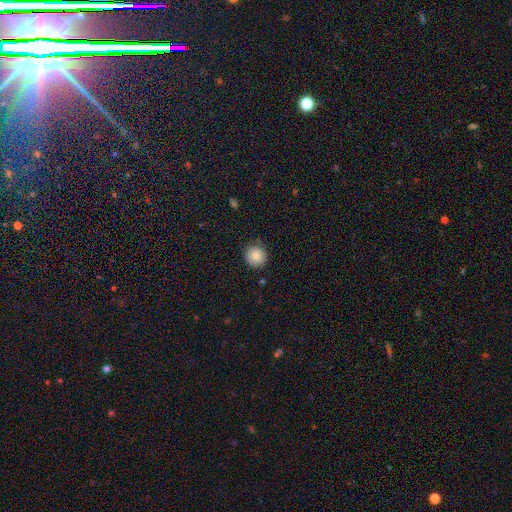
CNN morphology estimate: This appears to be a smooth galaxy with no disk features (87%) that is round (92%). Merging: none (85%).